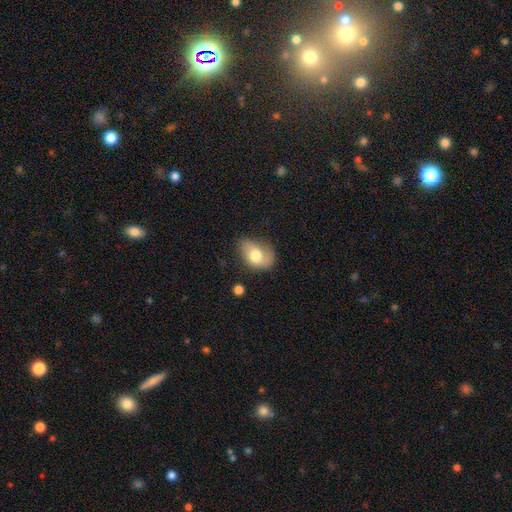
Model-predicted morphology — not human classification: smooth_or_featured: smooth (p=0.65) [alt: featured or disk p=0.27]
how_rounded: in between (p=0.75) [alt: round p=0.24]
merging: none (p=0.42) [alt: minor disturbance p=0.37]